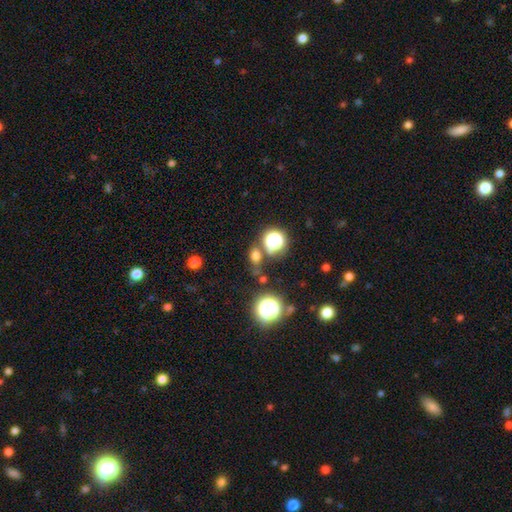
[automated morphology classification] Smooth or featured: smooth — 63% (star or artifact — 29%)
How rounded: round — 56% (in between — 41%)
Merging: none — 65% (minor disturbance — 15%)